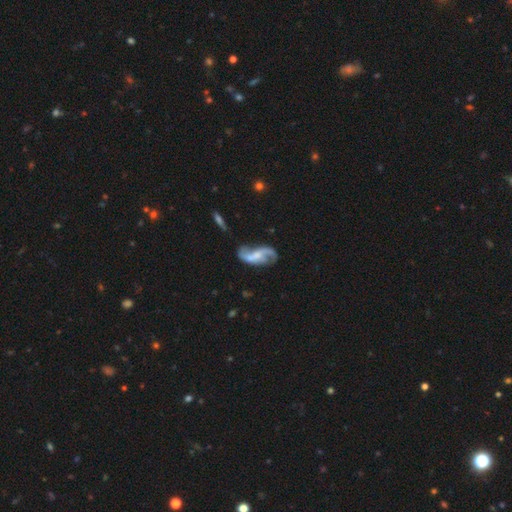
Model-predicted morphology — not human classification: featured or disk 80%, smooth 14%, star or artifact 6%. Down the decision tree: edge-on disk — no (96%); bar — no (43%); spiral arms — yes (91%); spiral arm count — 2 (89%); spiral winding — loose (74%); bulge size — small (36%); merging — none (52%).